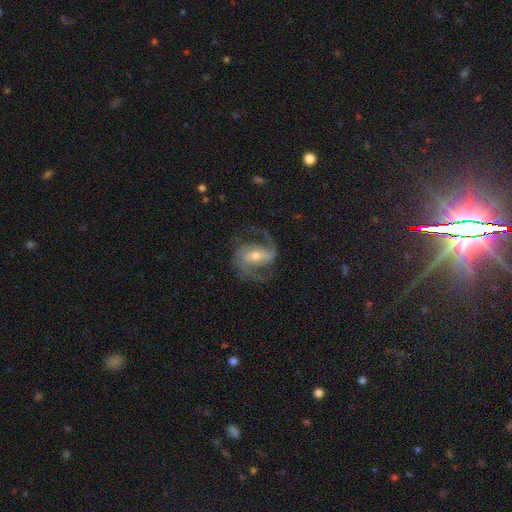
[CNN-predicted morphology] smooth-or-featured: featured or disk: 89% | smooth: 6% | star or artifact: 5%
  disk-edge-on: no: 97% | yes: 3%
    bar: weak: 41% | strong: 40% | no: 18%
    has-spiral-arms: yes: 97% | no: 3%
      spiral-winding: medium: 57% | loose: 27% | tight: 16%
      spiral-arm-count: 2: 89% | 3: 3% | can't tell: 3% | 1: 2% | 4: 1% | more than 4: 1%
    bulge-size: moderate: 57% | small: 37% | large: 4% | none: 1% | dominant: 1%
  merging: none: 74% | minor disturbance: 14% | major disturbance: 11% | merger: 1%